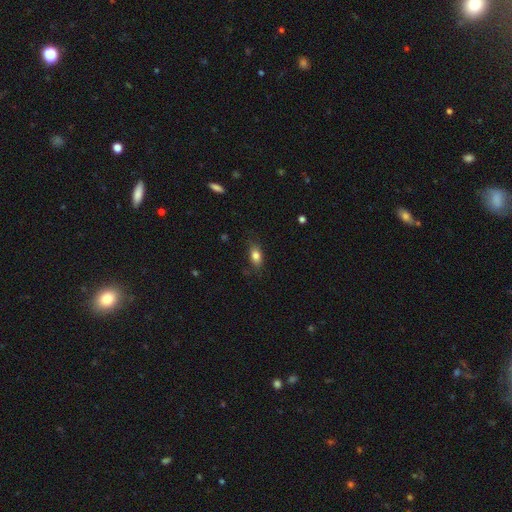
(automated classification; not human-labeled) Smooth or featured? smooth (82%)
How rounded? in between (84%)
Merging? none (77%)